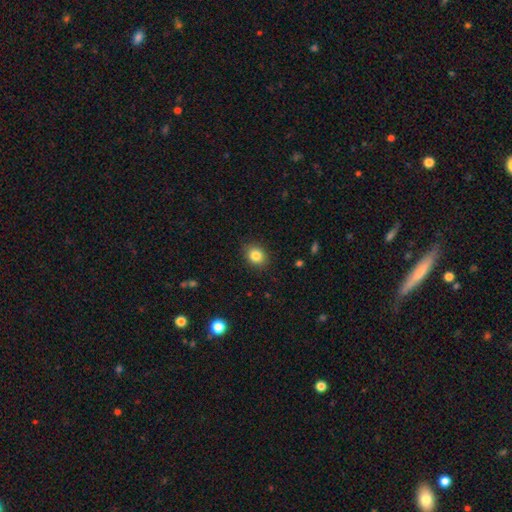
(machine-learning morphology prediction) This appears to be a smooth galaxy with no disk features (84%) that is round (56%). Merging: none (86%).